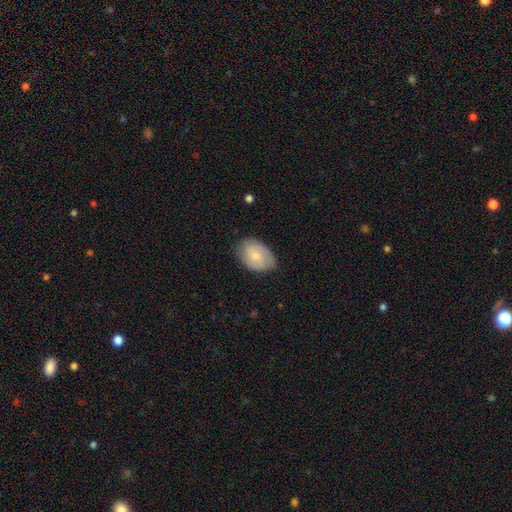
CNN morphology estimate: This appears to be a smooth galaxy with no disk features (68%) that is in between round and cigar-shaped (84%). Merging: none (75%).